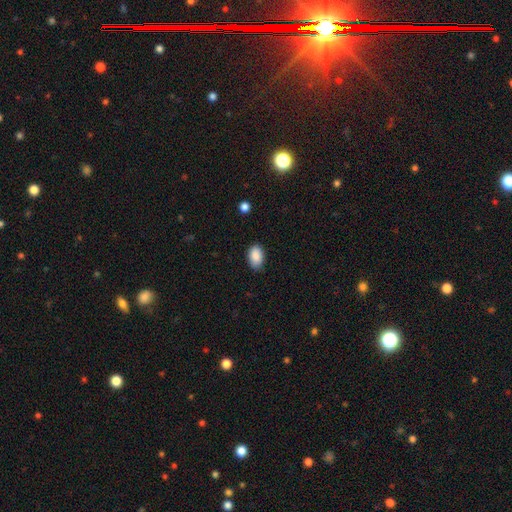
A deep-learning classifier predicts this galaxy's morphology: Smooth or featured? Predicted: smooth (p=0.89). How rounded? Predicted: in between (p=0.90). Merging? Predicted: none (p=0.85).